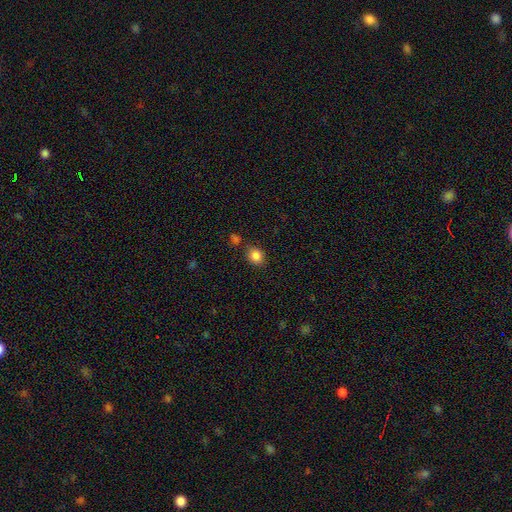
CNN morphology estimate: This is clearly a smooth galaxy (85%). How rounded: likely round (66%). Merging: likely none (76%).